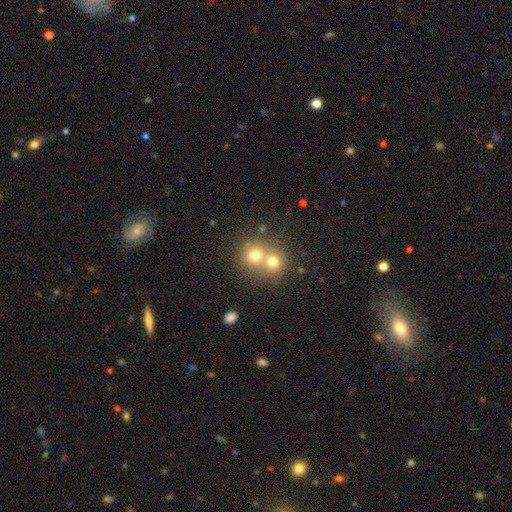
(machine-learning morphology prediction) Smooth or featured?
  - smooth: 70% *
  - featured or disk: 17%
  - star or artifact: 13%
How rounded?
  - round: 82% *
  - in between: 17%
  - cigar-shaped: 1%
Merging?
  - merger: 58% *
  - none: 35%
  - minor disturbance: 5%
  - major disturbance: 2%